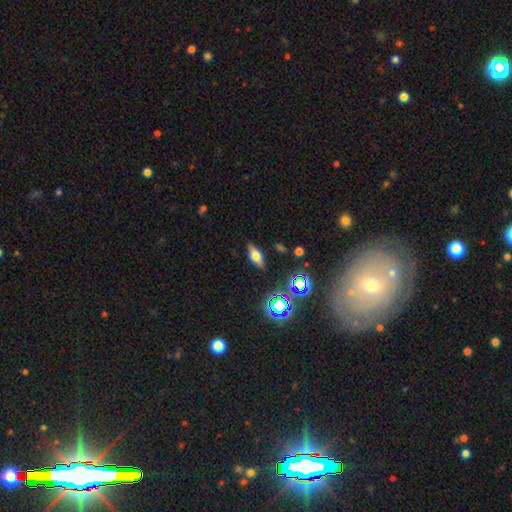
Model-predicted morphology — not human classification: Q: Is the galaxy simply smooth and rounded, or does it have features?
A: smooth — 44%.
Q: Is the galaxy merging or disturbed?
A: none — 85%.